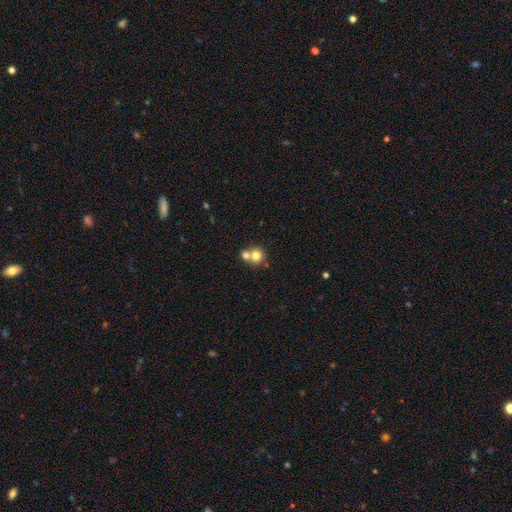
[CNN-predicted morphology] type=smooth (75%); roundness=round (85%); merging=merger (54%).